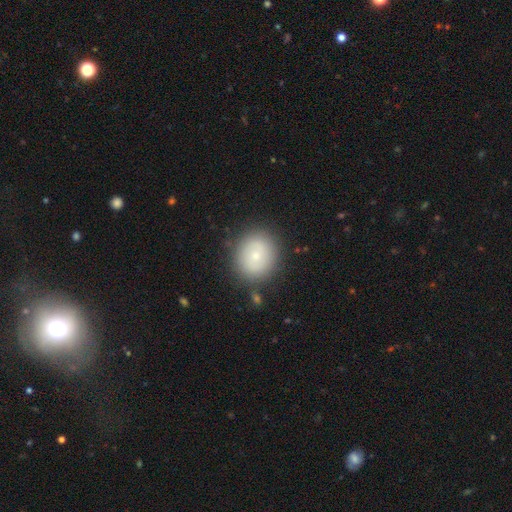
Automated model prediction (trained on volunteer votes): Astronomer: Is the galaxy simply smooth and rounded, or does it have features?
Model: smooth — 70%.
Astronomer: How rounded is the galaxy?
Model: round — 72%.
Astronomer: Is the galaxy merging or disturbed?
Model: none — 84%.